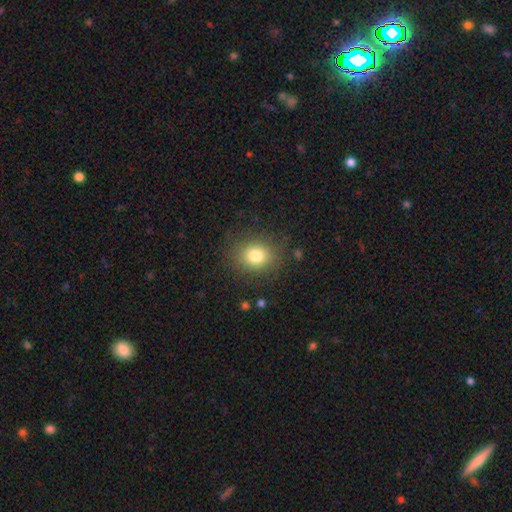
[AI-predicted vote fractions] smooth 79%, star or artifact 12%, featured or disk 9%. Down the decision tree: how rounded — round (70%); merging — none (84%).